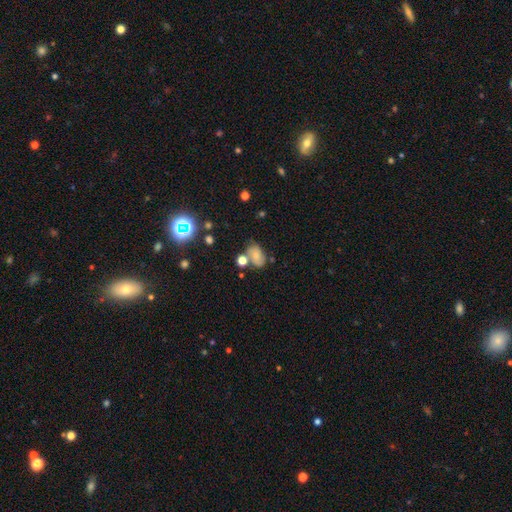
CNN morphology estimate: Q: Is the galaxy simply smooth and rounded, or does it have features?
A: smooth — 62%.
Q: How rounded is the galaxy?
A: in between — 82%.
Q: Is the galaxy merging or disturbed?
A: none — 50%.